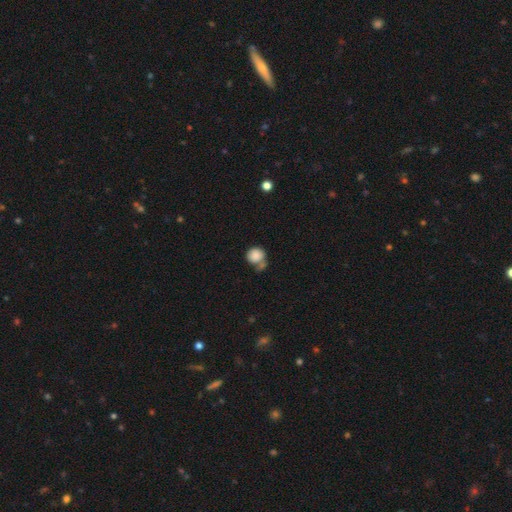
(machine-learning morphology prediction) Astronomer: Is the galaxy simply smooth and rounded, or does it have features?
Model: smooth — 86%.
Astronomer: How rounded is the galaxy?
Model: round — 84%.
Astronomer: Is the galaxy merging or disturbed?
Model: none — 46% (runner-up: merger, 28%).